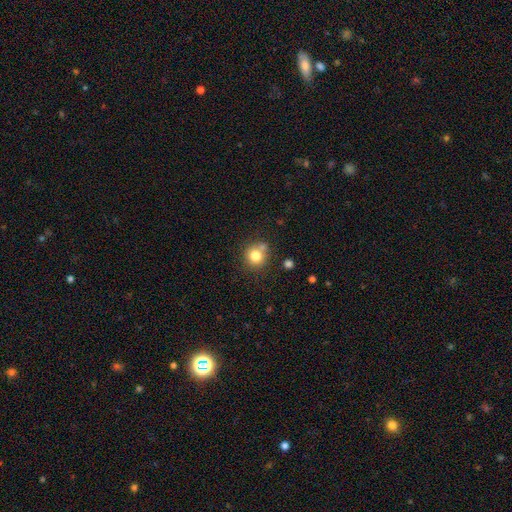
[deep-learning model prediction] Morphology: type=smooth (79%); roundness=round (88%); merging=none (68%).